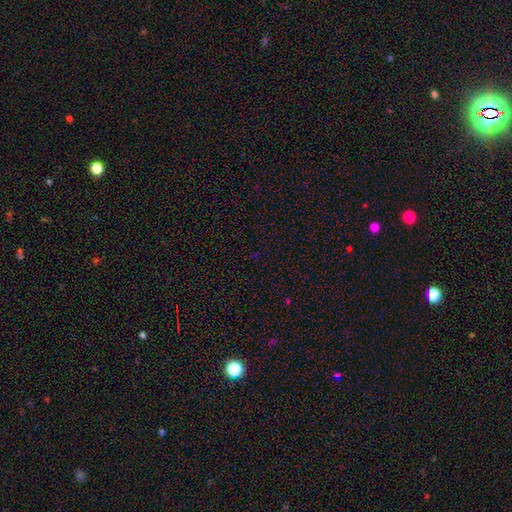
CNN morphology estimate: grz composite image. It shows a star or artifact, not a galaxy (70%).